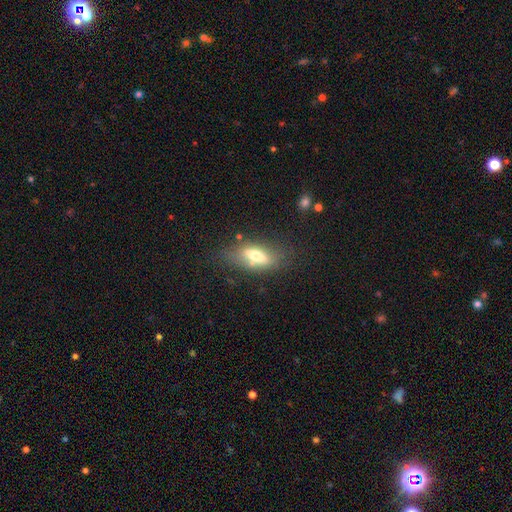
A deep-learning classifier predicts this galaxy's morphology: Smooth or featured? Predicted: smooth (p=0.52). How rounded? Predicted: in between (p=0.66). Merging? Predicted: none (p=0.67).